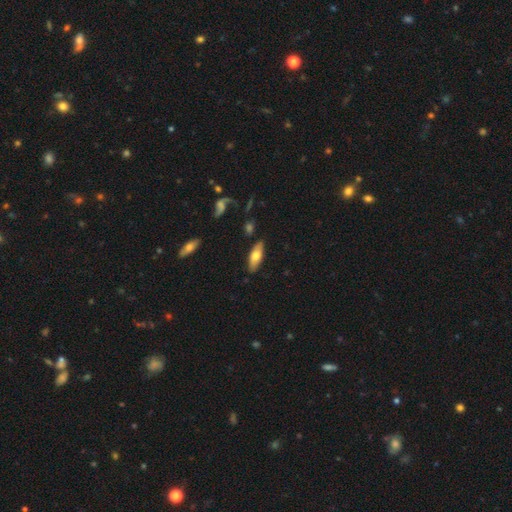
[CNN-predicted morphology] Smooth or featured? smooth (65%)
How rounded? in between (70%)
Merging? none (85%)